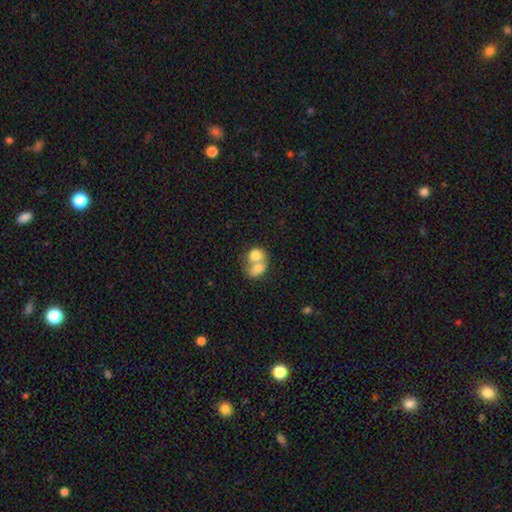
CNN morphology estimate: Overall: smooth (73%). How rounded: round (50%; in between 49%). Merging: merger (74%).